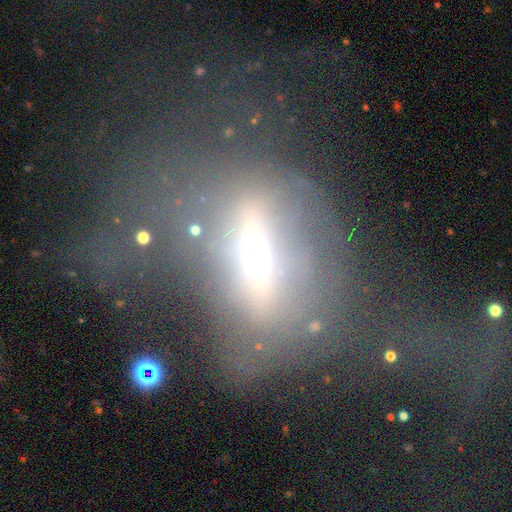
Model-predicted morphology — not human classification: Q: Smooth or featured?
A: featured or disk (50%); runner-up: smooth (33%)
Q: Edge-on disk?
A: no (62%); runner-up: yes (38%)
Q: Merging?
A: major disturbance (48%); runner-up: none (29%)